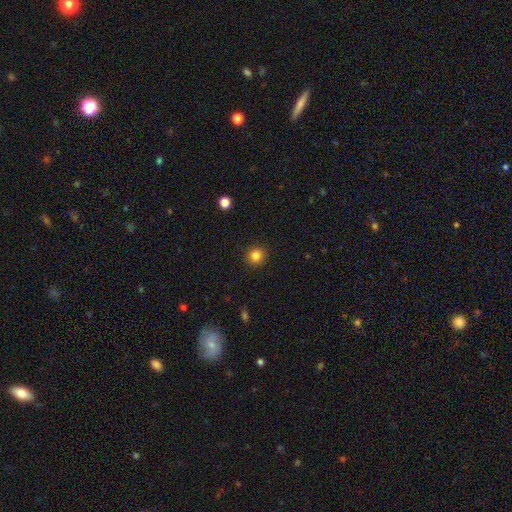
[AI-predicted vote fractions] smooth 83%, star or artifact 12%, featured or disk 5%. Down the decision tree: how rounded — round (92%); merging — none (92%).